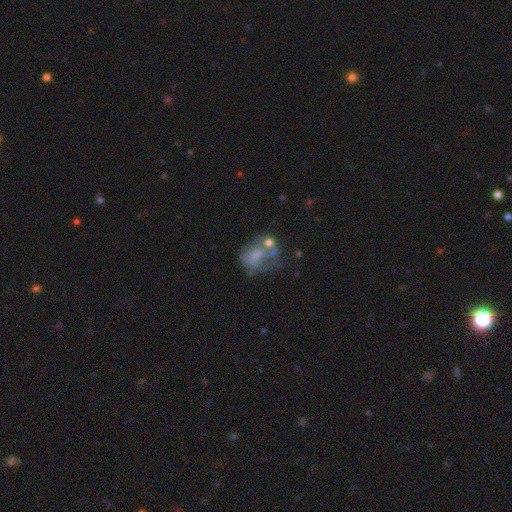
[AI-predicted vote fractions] smooth 46%, featured or disk 42%, star or artifact 12%. Down the decision tree: merging — major disturbance (28%).